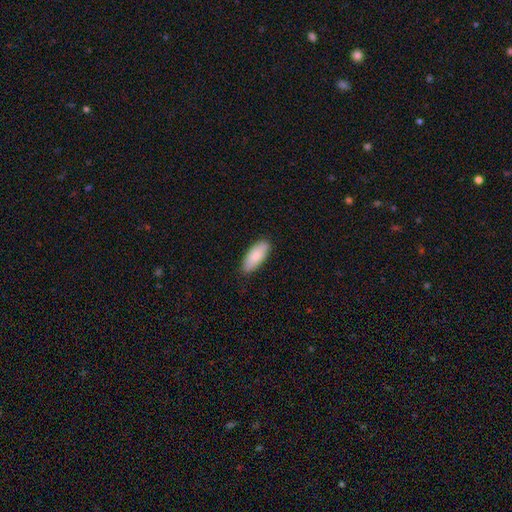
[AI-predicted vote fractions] This appears to be a smooth galaxy with no disk features (83%) that is in between round and cigar-shaped (86%). Merging: none (87%).